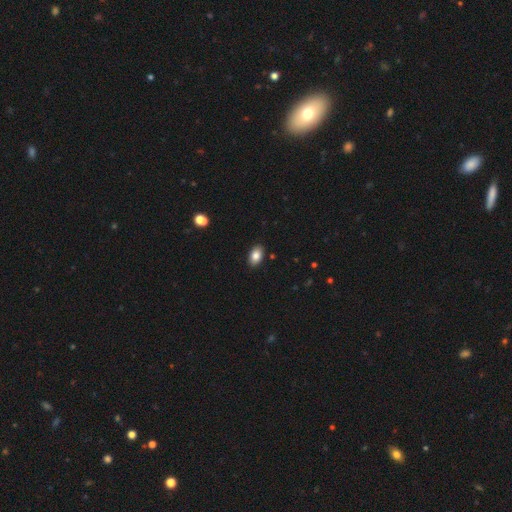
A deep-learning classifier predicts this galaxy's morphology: smooth-or-featured: smooth: 85% | star or artifact: 8% | featured or disk: 7%
  how-rounded: in between: 89% | round: 10% | cigar-shaped: 1%
  merging: none: 89% | minor disturbance: 8% | major disturbance: 2% | merger: 1%